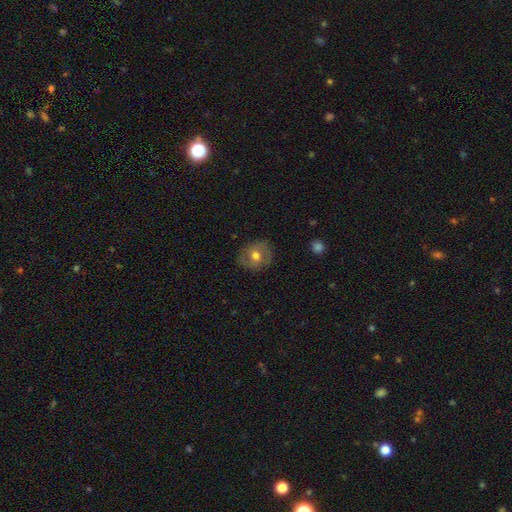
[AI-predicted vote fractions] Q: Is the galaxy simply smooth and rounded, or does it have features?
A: smooth — 56%.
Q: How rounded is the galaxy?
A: round — 76%.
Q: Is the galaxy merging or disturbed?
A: none — 82%.